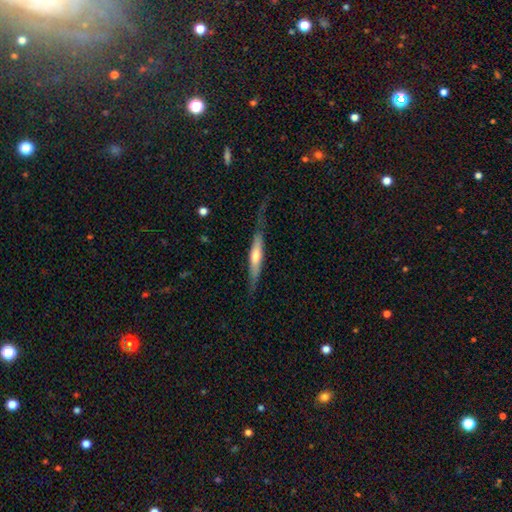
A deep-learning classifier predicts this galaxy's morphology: featured or disk 57%, smooth 38%, star or artifact 5%. Down the decision tree: edge-on disk — yes (90%); edge-on bulge — rounded (71%); merging — none (63%).